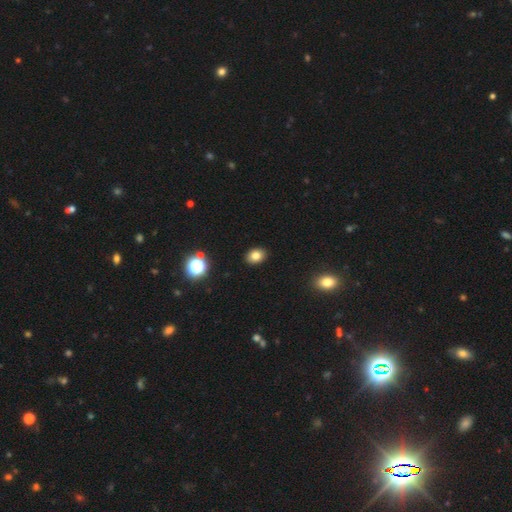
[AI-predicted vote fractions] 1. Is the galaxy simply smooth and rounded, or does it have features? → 81% smooth, 12% star or artifact, 7% featured or disk.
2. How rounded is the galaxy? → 65% in between, 34% round, 1% cigar-shaped.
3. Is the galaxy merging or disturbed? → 90% none, 7% minor disturbance, 2% major disturbance, 1% merger.